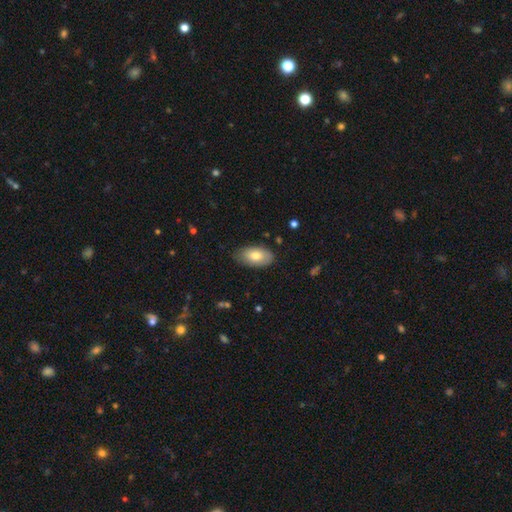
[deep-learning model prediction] Smooth or featured? smooth (74%)
How rounded? in between (94%)
Merging? none (77%)